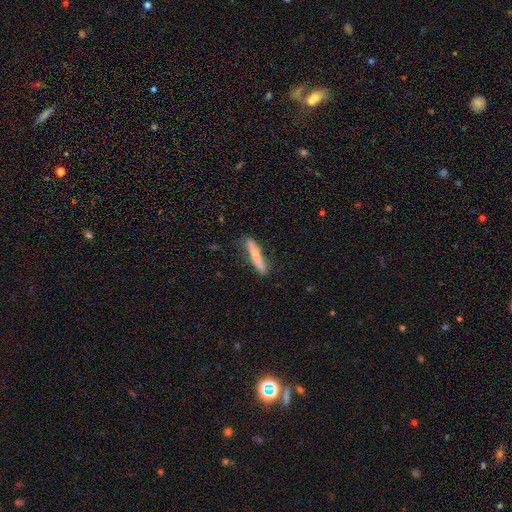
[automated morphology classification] Smooth or featured?
  - smooth: 72% *
  - featured or disk: 23%
  - star or artifact: 6%
How rounded?
  - cigar-shaped: 94% *
  - in between: 4%
  - round: 1%
Merging?
  - none: 82% *
  - minor disturbance: 14%
  - major disturbance: 3%
  - merger: 2%